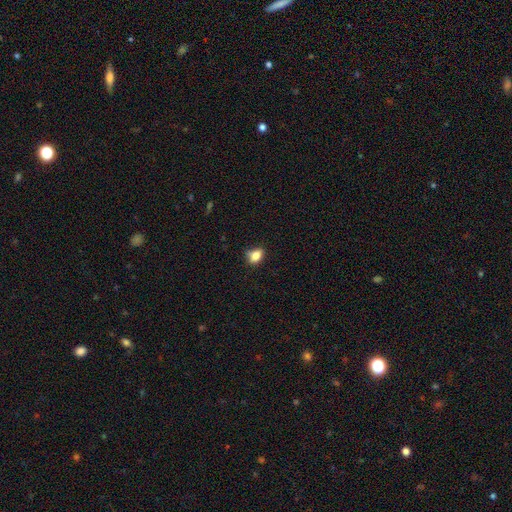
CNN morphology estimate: Smooth or featured? Predicted: smooth (p=0.83). How rounded? Predicted: in between (p=0.74). Merging? Predicted: none (p=0.69).